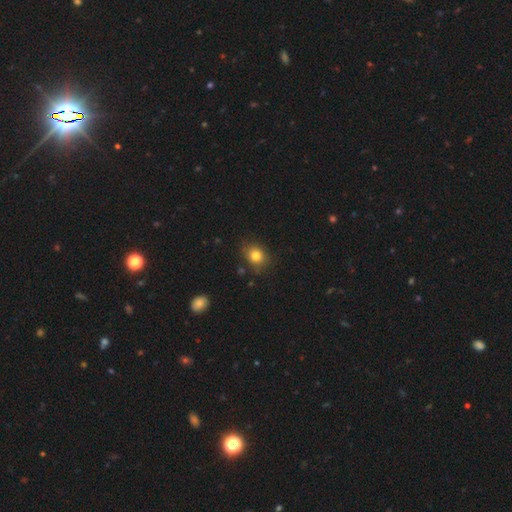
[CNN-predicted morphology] Overall: smooth (81%). How rounded: round (64%; in between 35%). Merging: none (79%).